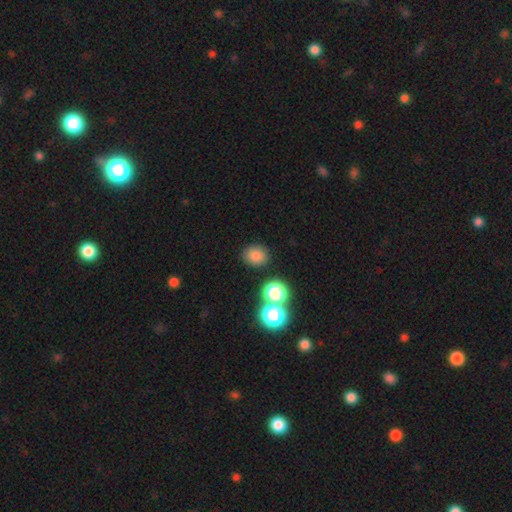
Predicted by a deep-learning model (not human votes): smooth 80%, star or artifact 14%, featured or disk 5%. Down the decision tree: how rounded — round (63%); merging — none (82%).